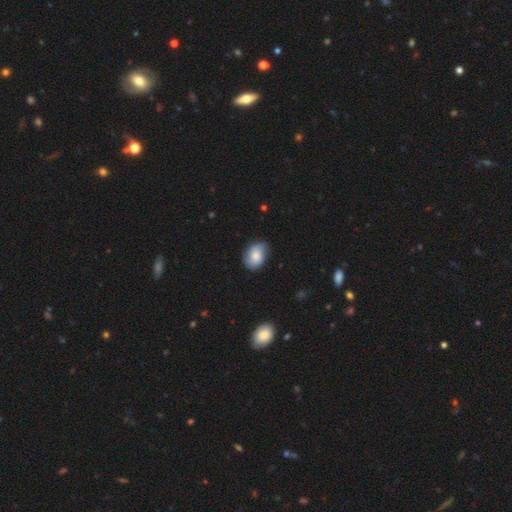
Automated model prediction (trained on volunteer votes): Smooth or featured? Predicted: smooth (p=0.73). How rounded? Predicted: in between (p=0.73). Merging? Predicted: none (p=0.72).